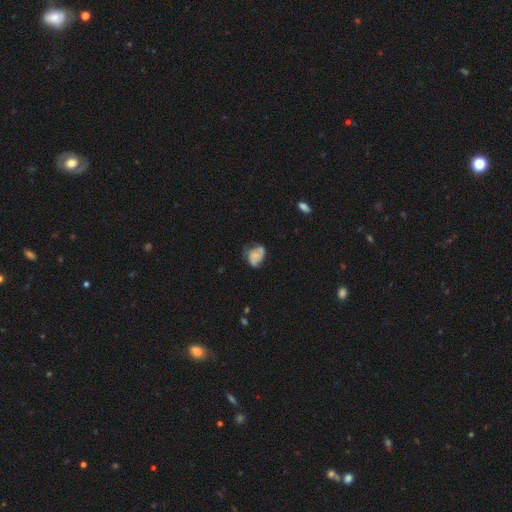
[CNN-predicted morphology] smooth_or_featured: smooth (p=0.45) [tied with: featured or disk p=0.45]
merging: none (p=0.41) [alt: minor disturbance p=0.34]